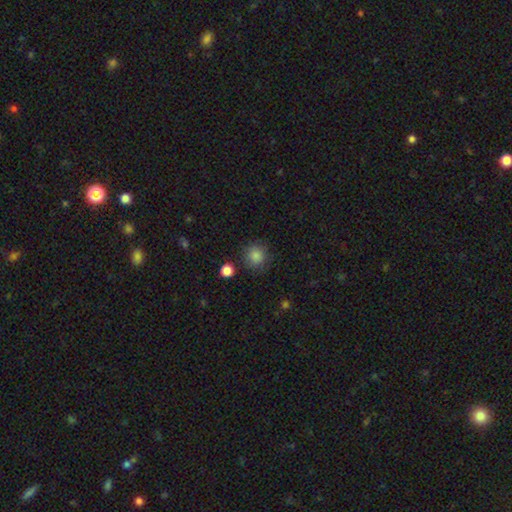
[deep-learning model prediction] smooth 85%, star or artifact 11%, featured or disk 4%. Down the decision tree: how rounded — round (92%); merging — none (85%).